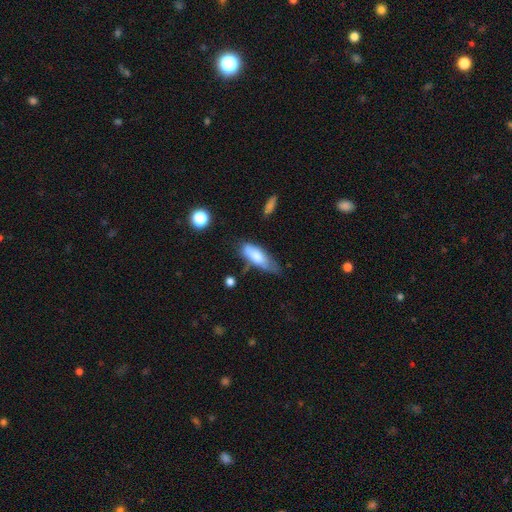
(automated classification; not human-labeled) This is likely a smooth galaxy (74%). How rounded: likely in between (68%). Merging: marginally minor disturbance (42%).